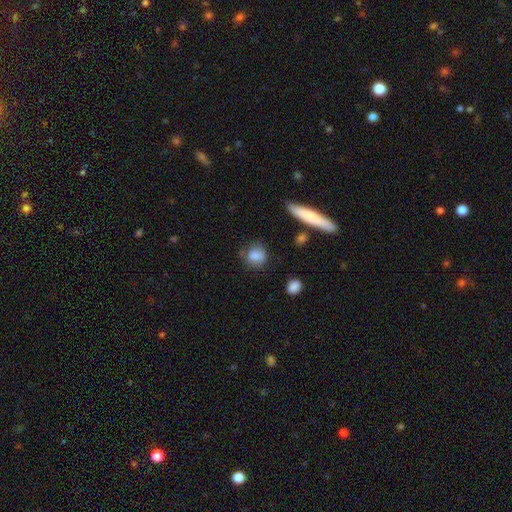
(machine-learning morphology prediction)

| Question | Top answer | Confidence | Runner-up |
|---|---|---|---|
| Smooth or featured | smooth | 83% | featured or disk (8%) |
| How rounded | round | 66% | in between (30%) |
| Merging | none | 73% | minor disturbance (18%) |